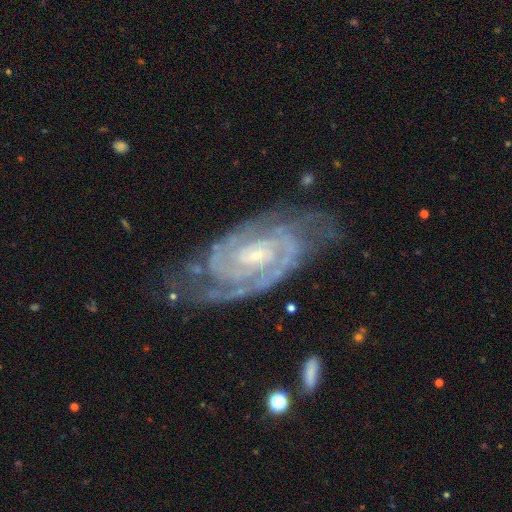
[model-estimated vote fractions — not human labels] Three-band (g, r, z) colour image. It shows a featured or disk galaxy (92%) with no bar (50%), 2 (67%) tight (71%) spiral arms (98%) and a small central bulge (74%). Merging: none (70%).